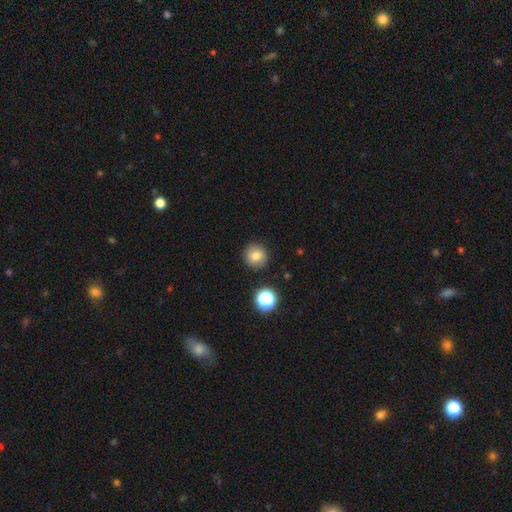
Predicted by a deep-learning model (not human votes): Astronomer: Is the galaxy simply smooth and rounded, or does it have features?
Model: smooth — 80%.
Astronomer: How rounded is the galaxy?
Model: round — 93%.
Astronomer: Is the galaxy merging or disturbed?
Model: none — 89%.